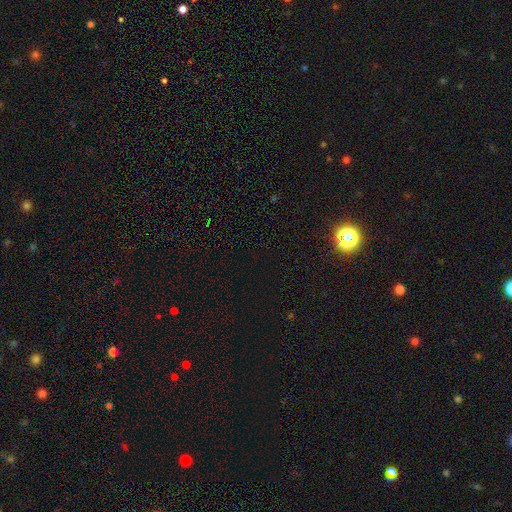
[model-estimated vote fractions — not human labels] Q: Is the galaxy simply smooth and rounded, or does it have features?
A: star or artifact — 76%.